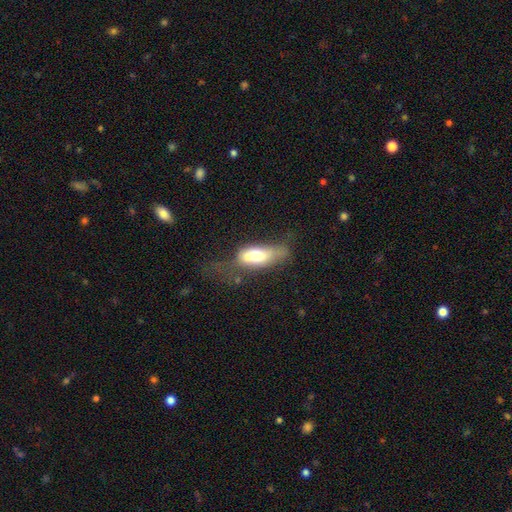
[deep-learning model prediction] This appears to be a smooth galaxy with no disk features (62%) that is in between round and cigar-shaped (75%). Merging: major disturbance (32%).